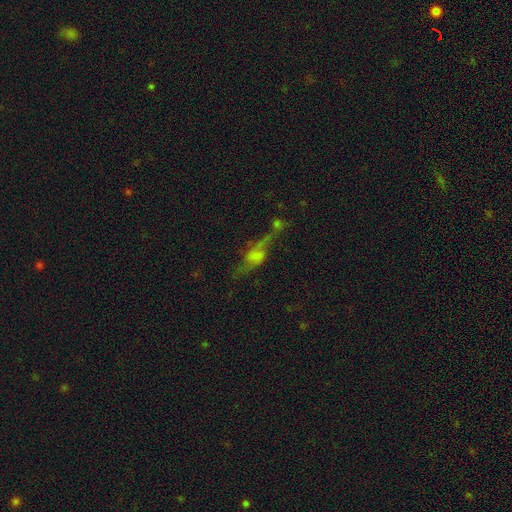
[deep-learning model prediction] Q: Smooth or featured?
A: featured or disk (55%); runner-up: smooth (25%)
Q: Edge-on disk?
A: yes (58%); runner-up: no (42%)
Q: Merging?
A: none (45%); runner-up: major disturbance (21%)